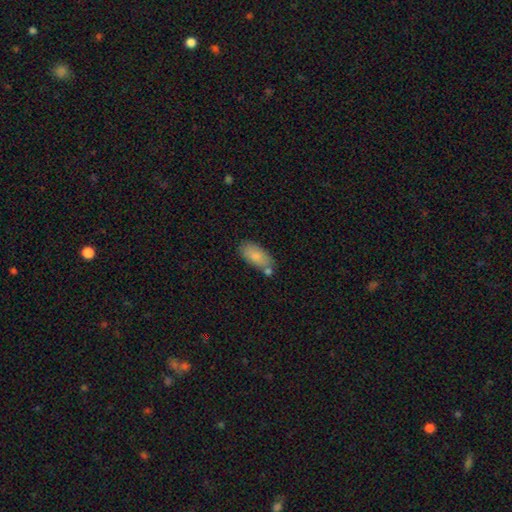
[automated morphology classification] A smooth galaxy with no disk features (83%) that is in between round and cigar-shaped (90%). Merging: none (61%).